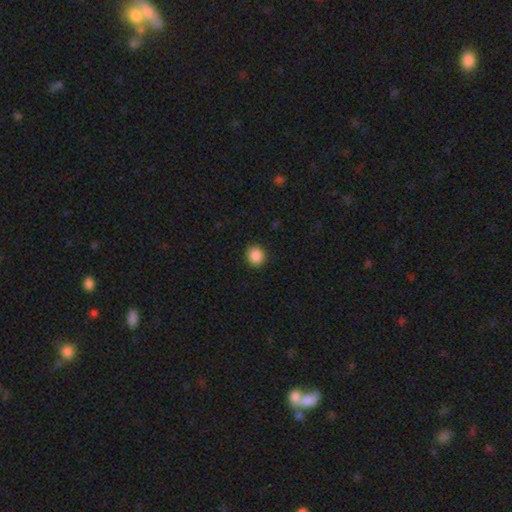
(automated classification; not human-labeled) smooth-or-featured: smooth: 89% | star or artifact: 9% | featured or disk: 2%
  how-rounded: round: 80% | in between: 19% | cigar-shaped: 1%
  merging: none: 91% | minor disturbance: 7% | major disturbance: 2% | merger: 1%